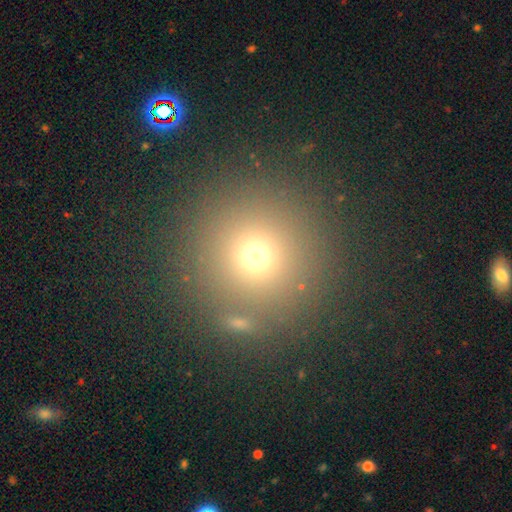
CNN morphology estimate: smooth_or_featured: smooth (p=0.70) [alt: star or artifact p=0.21]
how_rounded: round (p=0.96) [alt: in between p=0.03]
merging: none (p=0.85) [alt: minor disturbance p=0.06]